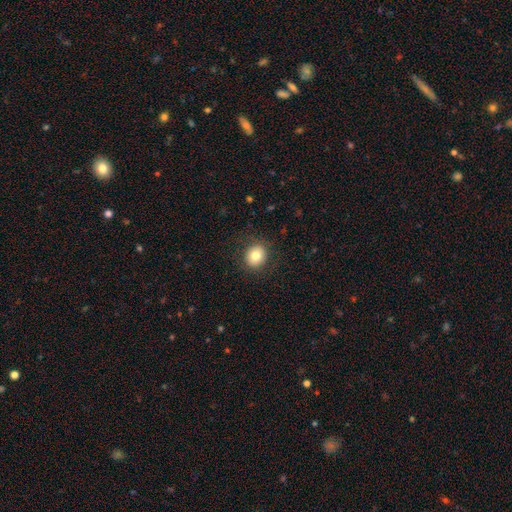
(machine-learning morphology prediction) Smooth or featured? smooth (80%)
How rounded? round (80%)
Merging? none (88%)